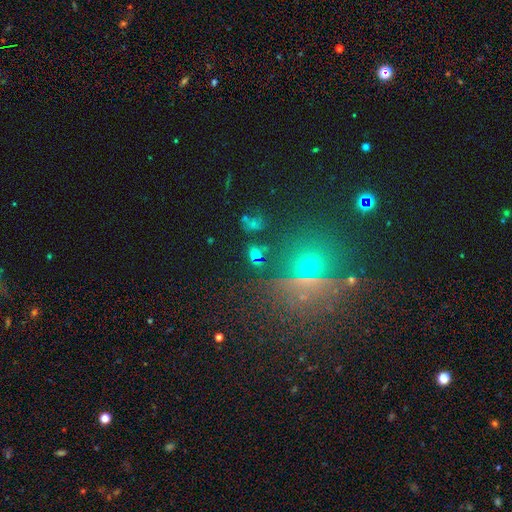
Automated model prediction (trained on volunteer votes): Morphology: type=smooth (57%); roundness=in between (71%); merging=none (65%).